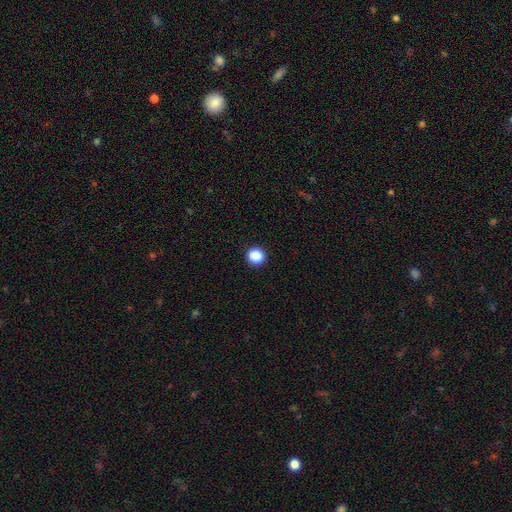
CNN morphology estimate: Smooth or featured: smooth — 88% (star or artifact — 9%)
How rounded: round — 94% (in between — 5%)
Merging: none — 92% (minor disturbance — 5%)